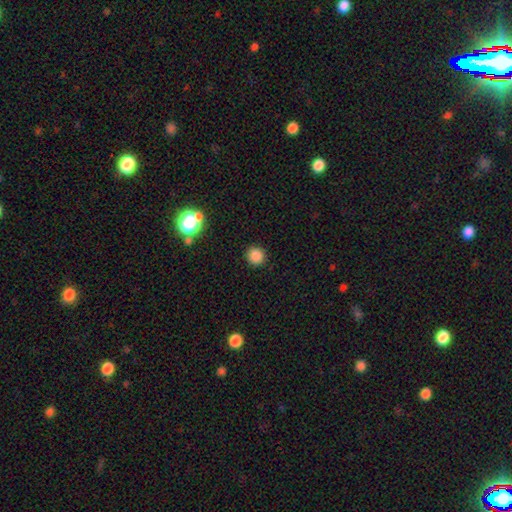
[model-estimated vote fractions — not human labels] smooth_or_featured: smooth (p=0.84) [alt: star or artifact p=0.12]
how_rounded: round (p=0.93) [alt: in between p=0.06]
merging: none (p=0.91) [alt: minor disturbance p=0.06]